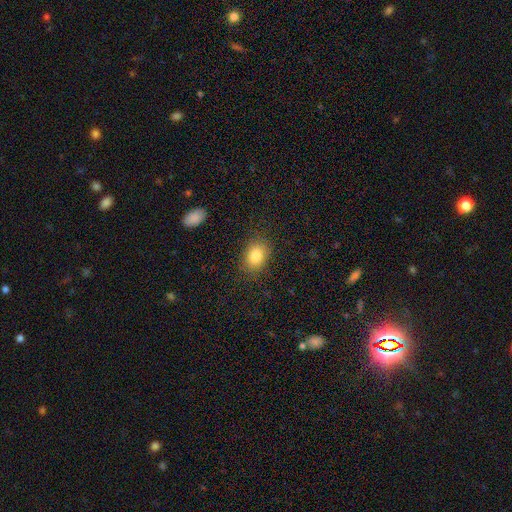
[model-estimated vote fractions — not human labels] This is clearly a smooth galaxy (83%). How rounded: likely in between (65%). Merging: clearly none (86%).